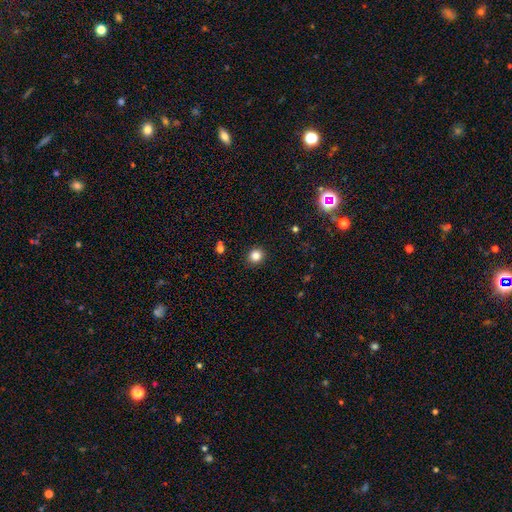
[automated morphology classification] Smooth or featured? Predicted: smooth (p=0.84). How rounded? Predicted: round (p=0.88). Merging? Predicted: none (p=0.91).